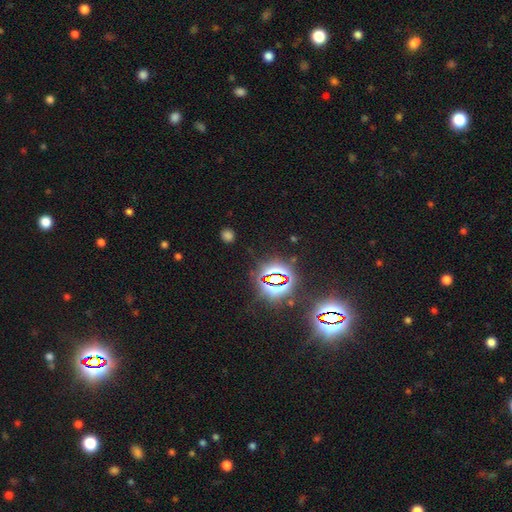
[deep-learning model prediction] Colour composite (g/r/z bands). It shows a star or artifact, not a galaxy (82%).